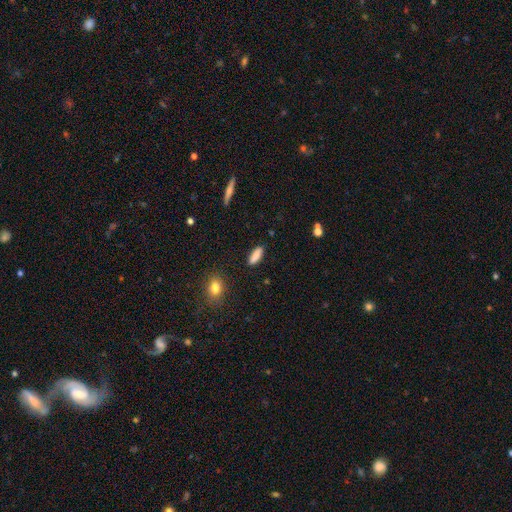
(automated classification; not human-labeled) smooth-or-featured: smooth: 86% | featured or disk: 7% | star or artifact: 7%
  how-rounded: in between: 53% | cigar-shaped: 44% | round: 2%
  merging: none: 88% | minor disturbance: 9% | major disturbance: 2% | merger: 2%